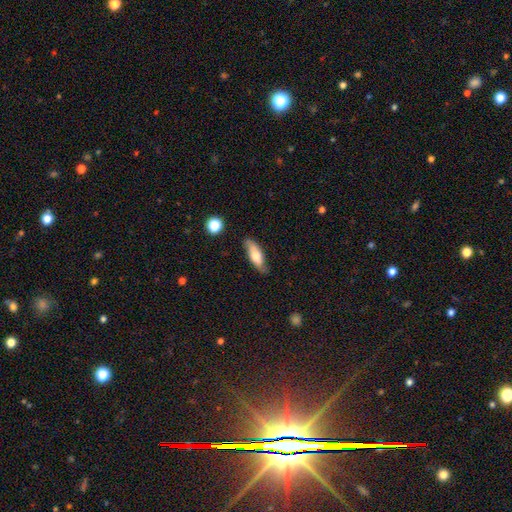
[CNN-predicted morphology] A smooth galaxy with no disk features (63%) that is in between round and cigar-shaped (59%). Merging: none (73%).